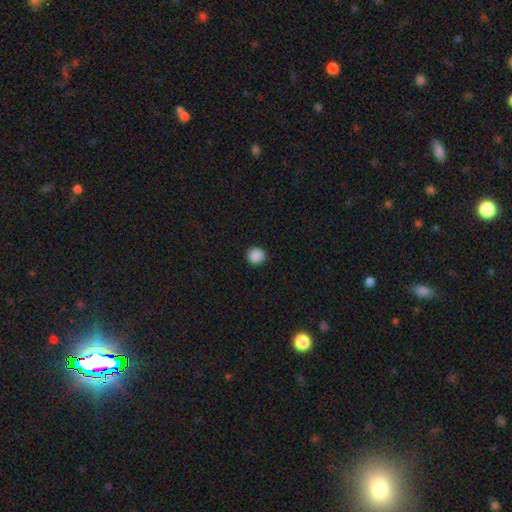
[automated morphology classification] smooth_or_featured: smooth (p=0.88) [alt: star or artifact p=0.10]
how_rounded: round (p=0.92) [alt: in between p=0.07]
merging: none (p=0.92) [alt: minor disturbance p=0.05]